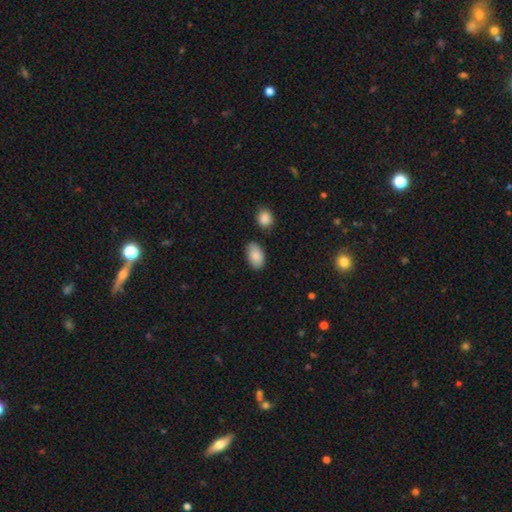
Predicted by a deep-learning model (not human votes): Smooth or featured?
  - smooth: 88% *
  - star or artifact: 7%
  - featured or disk: 6%
How rounded?
  - in between: 93% *
  - round: 5%
  - cigar-shaped: 1%
Merging?
  - none: 78% *
  - minor disturbance: 14%
  - merger: 4%
  - major disturbance: 3%